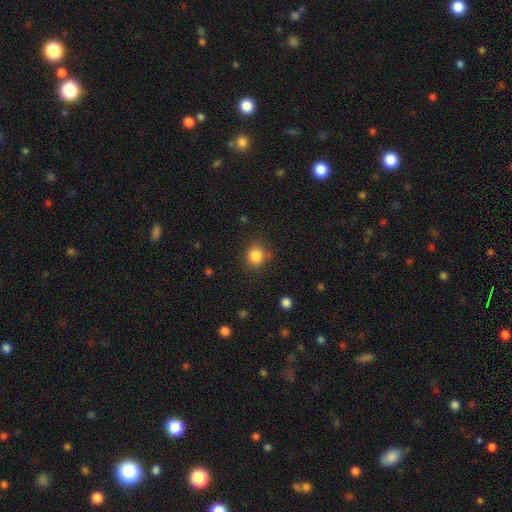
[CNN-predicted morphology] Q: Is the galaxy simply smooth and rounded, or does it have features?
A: smooth — 85%.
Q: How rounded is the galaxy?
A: round — 83%.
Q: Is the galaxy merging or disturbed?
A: none — 79%.